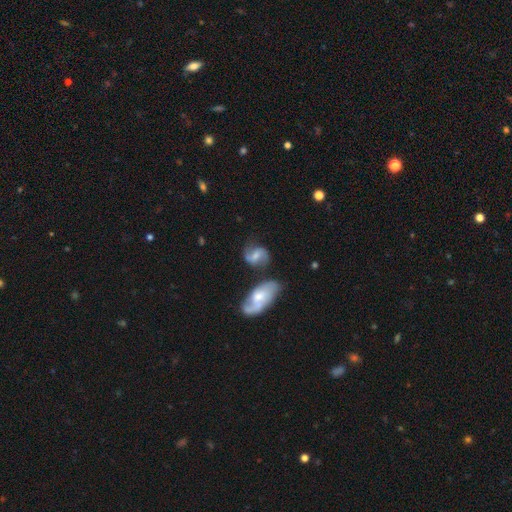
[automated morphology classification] Smooth or featured?
  - featured or disk: 69% *
  - smooth: 24%
  - star or artifact: 7%
Edge-on disk?
  - no: 96% *
  - yes: 4%
Bar?
  - weak: 52% *
  - no: 32%
  - strong: 16%
Spiral arms?
  - yes: 92% *
  - no: 8%
Spiral winding?
  - medium: 43% * (tied)
  - loose: 43% * (tied)
  - tight: 14%
Spiral arm count?
  - 2: 87% *
  - can't tell: 6%
  - 1: 3%
  - 3: 1%
  - 4: 1%
  - more than 4: 1%
Bulge size?
  - moderate: 43% *
  - small: 39%
  - none: 12%
  - large: 5%
  - dominant: 1%
Merging?
  - none: 62% *
  - minor disturbance: 18%
  - merger: 12%
  - major disturbance: 8%